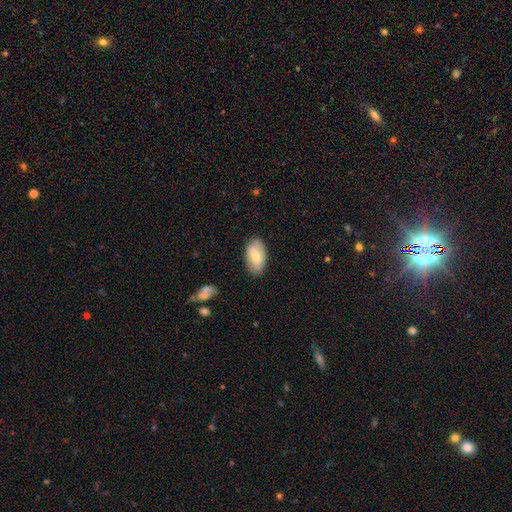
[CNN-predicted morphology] A smooth galaxy with no disk features (62%) that is in between round and cigar-shaped (94%). Merging: none (83%).